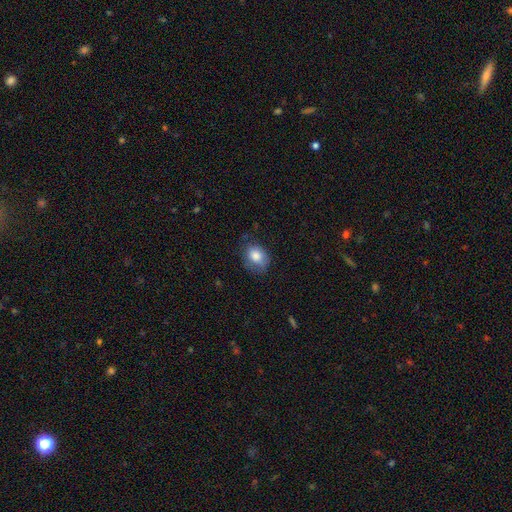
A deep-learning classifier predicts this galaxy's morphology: Overall: smooth (81%). How rounded: in between (66%; round 33%). Merging: none (61%; minor disturbance 28%).